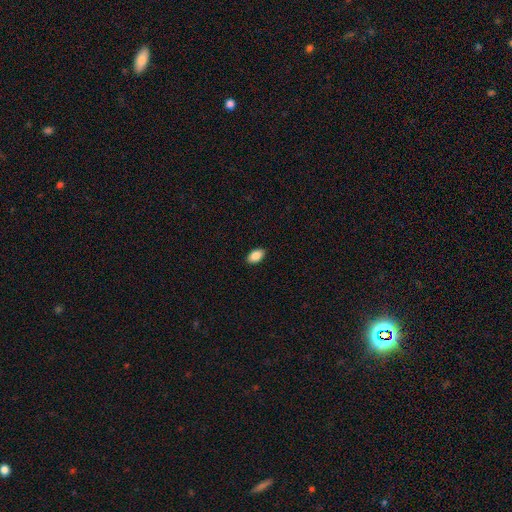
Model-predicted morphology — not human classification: A smooth galaxy with no disk features (88%) that is in between round and cigar-shaped (93%). Merging: none (90%).